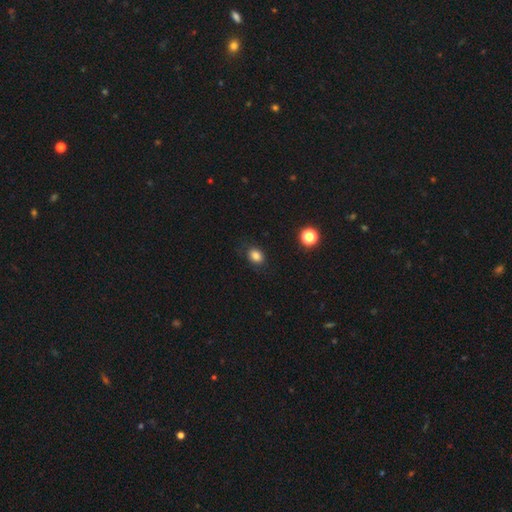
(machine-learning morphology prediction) smooth-or-featured: smooth: 83% | star or artifact: 12% | featured or disk: 5%
  how-rounded: in between: 57% | round: 42% | cigar-shaped: 1%
  merging: none: 81% | minor disturbance: 14% | major disturbance: 4% | merger: 1%